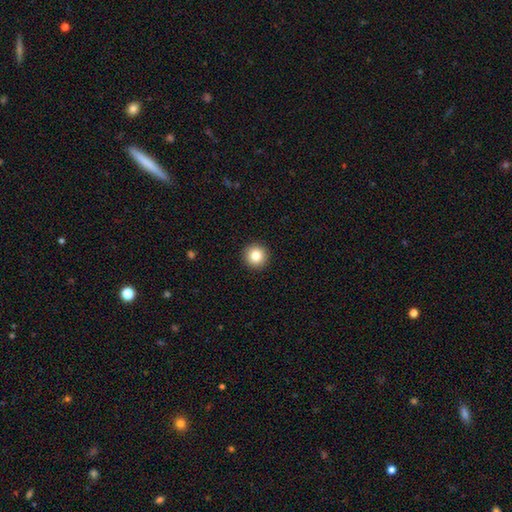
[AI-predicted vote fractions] Q: Smooth or featured?
A: smooth (84%); runner-up: star or artifact (10%)
Q: How rounded?
A: round (96%); runner-up: in between (3%)
Q: Merging?
A: none (93%); runner-up: minor disturbance (4%)